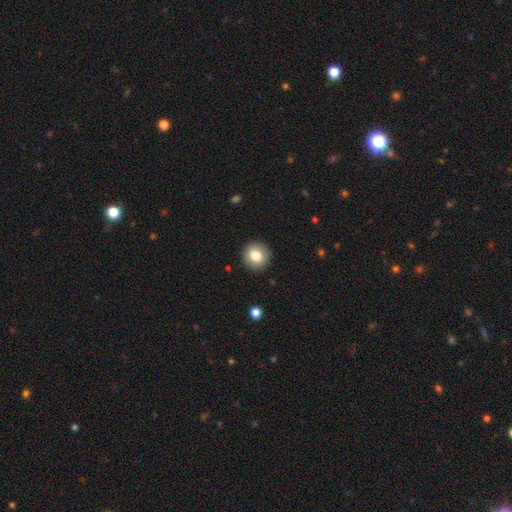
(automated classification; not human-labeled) A smooth galaxy with no disk features (82%) that is round (91%). Merging: none (91%).